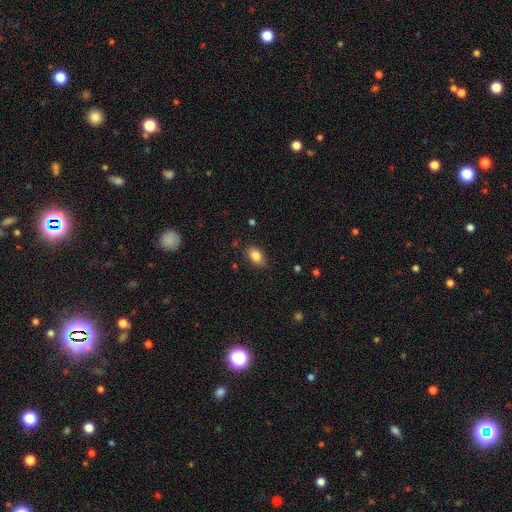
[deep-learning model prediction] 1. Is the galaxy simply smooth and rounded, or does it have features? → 84% smooth, 9% star or artifact, 7% featured or disk.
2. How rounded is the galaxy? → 86% in between, 12% round, 2% cigar-shaped.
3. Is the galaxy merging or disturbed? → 78% none, 17% minor disturbance, 3% major disturbance, 1% merger.